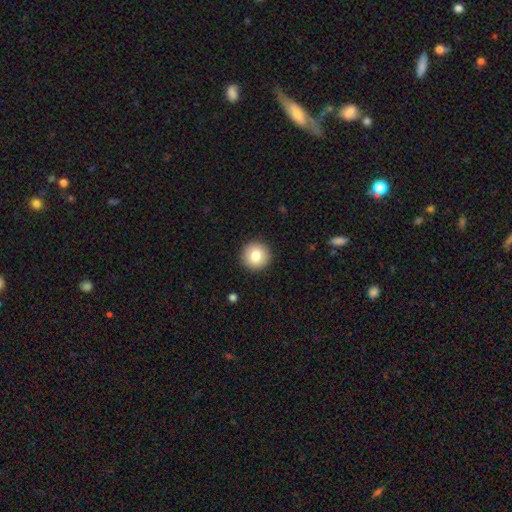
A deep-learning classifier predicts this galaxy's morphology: A smooth galaxy with no disk features (82%) that is round (95%).

Vote fractions:
- Smooth or featured? smooth: 82% / featured or disk: 9% / star or artifact: 9%
- How rounded? round: 95% / in between: 4% / cigar-shaped: 1%
- Merging? none: 92% / minor disturbance: 5% / major disturbance: 2% / merger: 1%